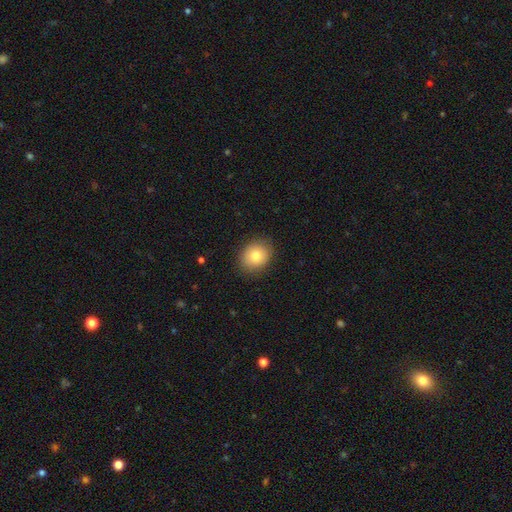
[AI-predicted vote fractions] Q: Smooth or featured?
A: smooth (81%); runner-up: featured or disk (10%)
Q: How rounded?
A: round (61%); runner-up: in between (38%)
Q: Merging?
A: none (86%); runner-up: minor disturbance (10%)